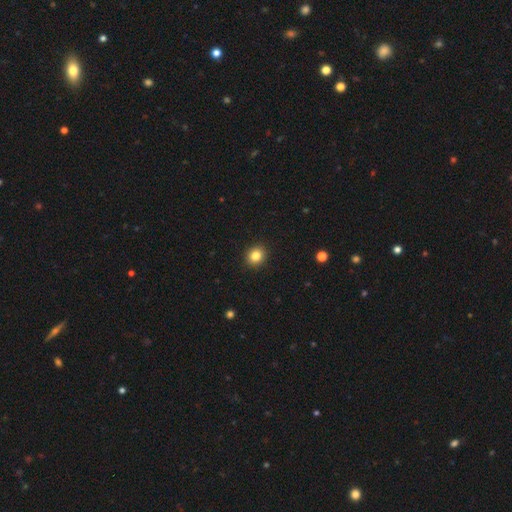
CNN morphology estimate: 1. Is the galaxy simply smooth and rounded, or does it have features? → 83% smooth, 11% star or artifact, 6% featured or disk.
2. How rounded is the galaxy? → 80% round, 19% in between, 1% cigar-shaped.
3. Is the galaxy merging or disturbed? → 92% none, 5% minor disturbance, 2% major disturbance, 1% merger.